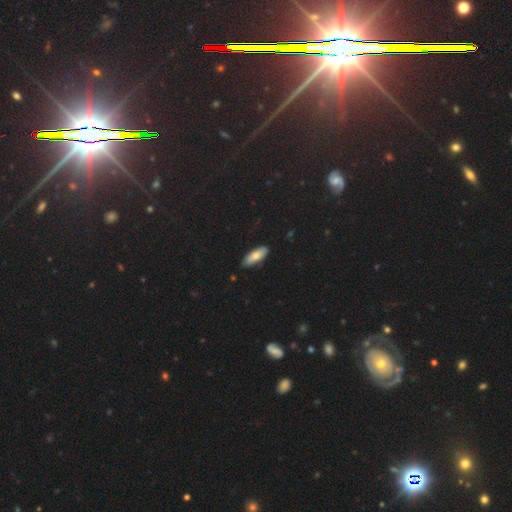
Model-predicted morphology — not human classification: Smooth or featured?
  - smooth: 75% *
  - featured or disk: 17%
  - star or artifact: 8%
How rounded?
  - in between: 71% *
  - cigar-shaped: 27%
  - round: 2%
Merging?
  - none: 86% *
  - minor disturbance: 11%
  - major disturbance: 2%
  - merger: 1%